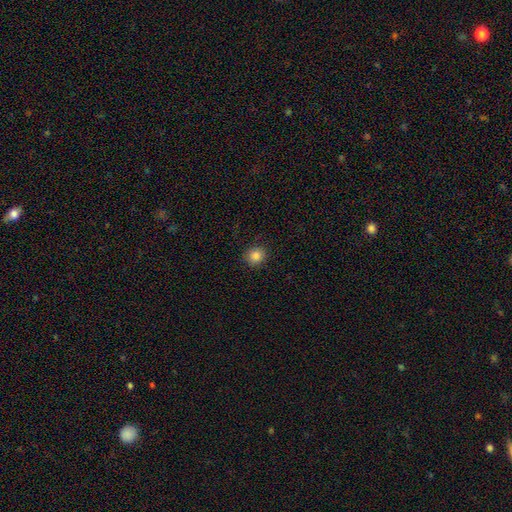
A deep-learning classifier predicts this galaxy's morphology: A smooth galaxy with no disk features (85%) that is round (88%).

Vote fractions:
- Smooth or featured? smooth: 85% / star or artifact: 11% / featured or disk: 4%
- How rounded? round: 88% / in between: 12% / cigar-shaped: 1%
- Merging? none: 90% / minor disturbance: 7% / major disturbance: 2% / merger: 1%